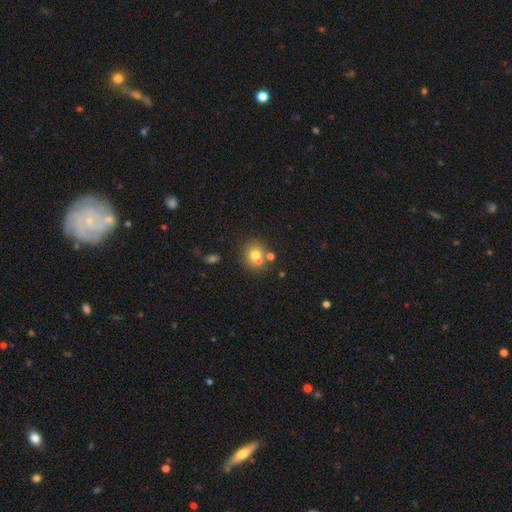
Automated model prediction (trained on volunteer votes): smooth_or_featured: smooth (p=0.70) [alt: featured or disk p=0.17]
how_rounded: round (p=0.81) [alt: in between p=0.18]
merging: none (p=0.55) [alt: merger p=0.31]